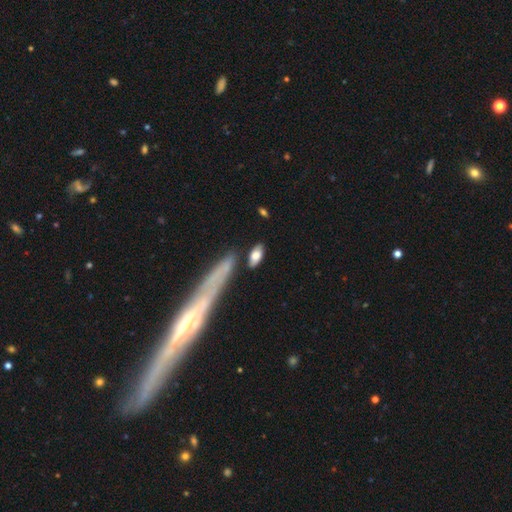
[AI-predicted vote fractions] smooth_or_featured: smooth (p=0.73) [alt: featured or disk p=0.21]
how_rounded: in between (p=0.85) [alt: cigar-shaped p=0.11]
merging: none (p=0.79) [alt: minor disturbance p=0.13]